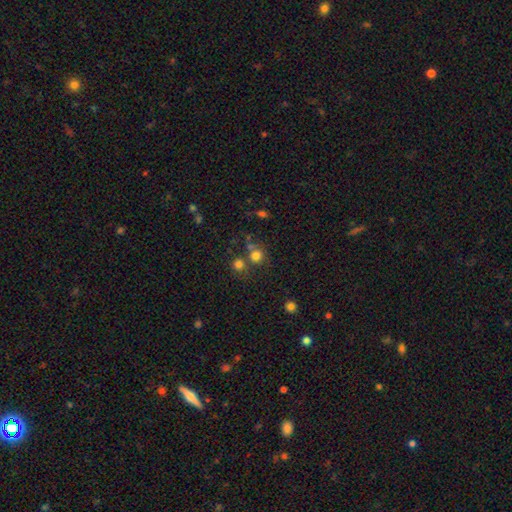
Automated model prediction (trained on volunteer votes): Smooth or featured?
  - smooth: 76% *
  - star or artifact: 16%
  - featured or disk: 8%
How rounded?
  - round: 89% *
  - in between: 10%
  - cigar-shaped: 1%
Merging?
  - none: 61% *
  - merger: 25%
  - minor disturbance: 9%
  - major disturbance: 5%